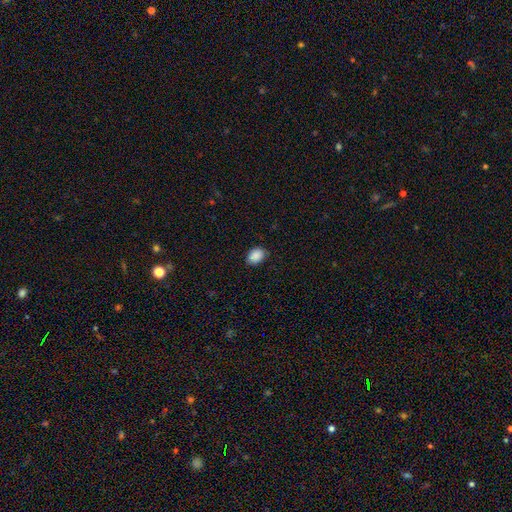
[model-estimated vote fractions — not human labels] This is clearly a smooth galaxy (90%). How rounded: likely in between (73%). Merging: clearly none (87%).